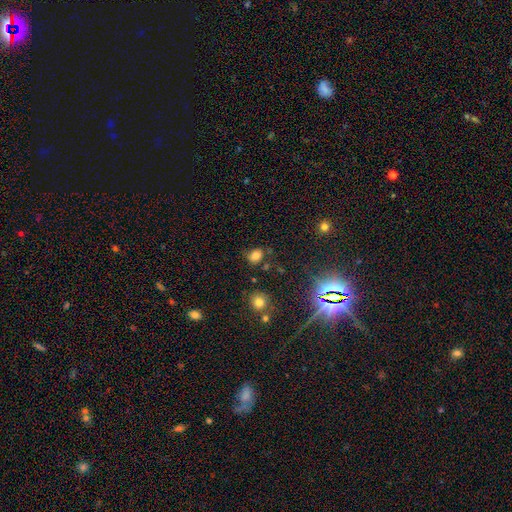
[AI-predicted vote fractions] Smooth or featured: smooth — 75% (star or artifact — 18%)
How rounded: in between — 56% (round — 42%)
Merging: none — 73% (minor disturbance — 16%)